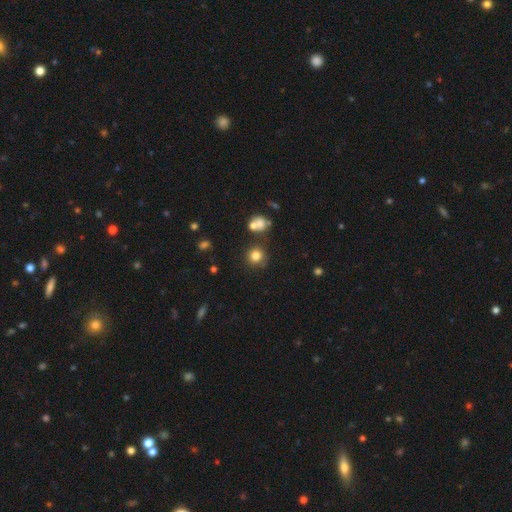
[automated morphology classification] smooth 79%, star or artifact 14%, featured or disk 7%. Down the decision tree: how rounded — round (90%); merging — none (79%).